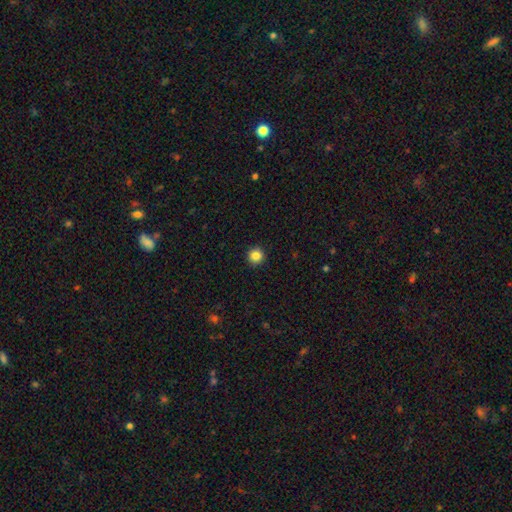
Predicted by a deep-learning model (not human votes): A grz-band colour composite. It shows a smooth galaxy with no disk features (85%) that is round (95%). Merging: none (93%).